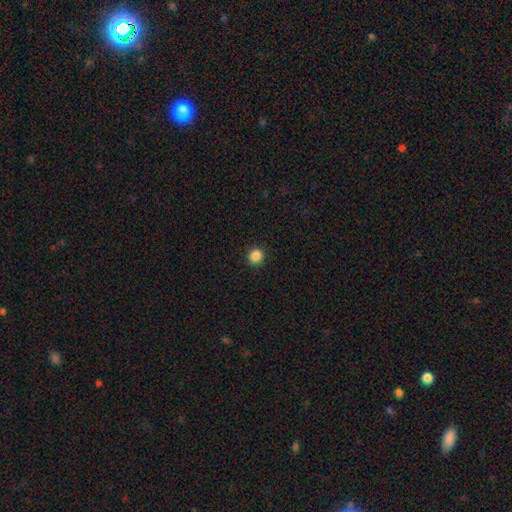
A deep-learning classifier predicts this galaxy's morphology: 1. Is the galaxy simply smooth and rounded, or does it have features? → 86% smooth, 11% star or artifact, 3% featured or disk.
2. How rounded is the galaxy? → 94% round, 5% in between, 1% cigar-shaped.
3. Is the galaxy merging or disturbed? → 93% none, 5% minor disturbance, 2% major disturbance, 1% merger.